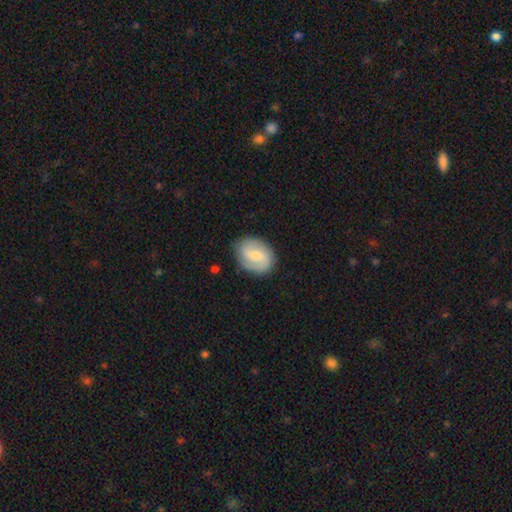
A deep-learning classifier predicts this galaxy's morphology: The model was most divided on "bulge size": small: 45%, moderate: 40%, none: 9%, large: 5%, dominant: 1%. More confident: edge-on disk — no (97%); spiral arms — yes (88%); merging — none (81%); bar — weak (56%); smooth or featured — featured or disk (54%).